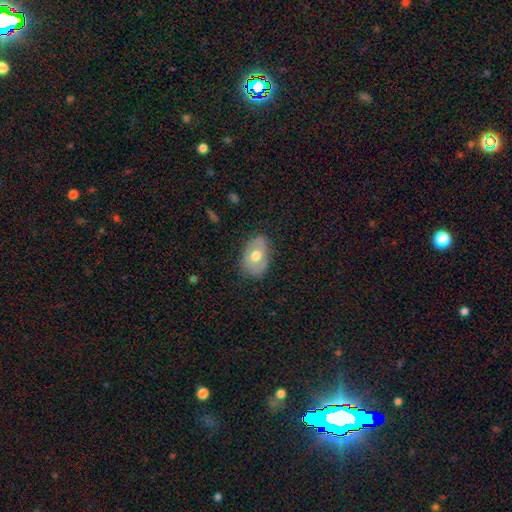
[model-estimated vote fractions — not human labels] This is possibly a smooth galaxy (56%). How rounded: clearly in between (83%). Merging: likely none (77%).